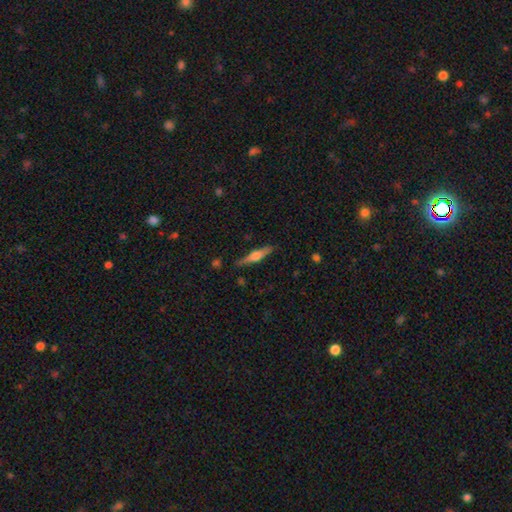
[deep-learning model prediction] A featured or disk galaxy (56%) viewed edge-on (96%) with a rounded central bulge (84%). Merging: none (86%).